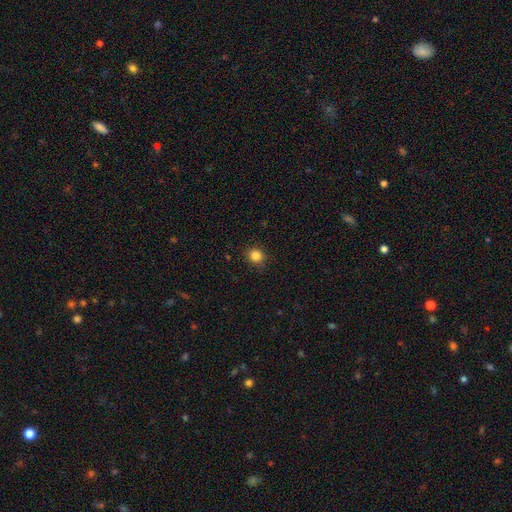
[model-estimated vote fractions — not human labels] Smooth or featured? Predicted: smooth (p=0.84). How rounded? Predicted: round (p=0.86). Merging? Predicted: none (p=0.90).